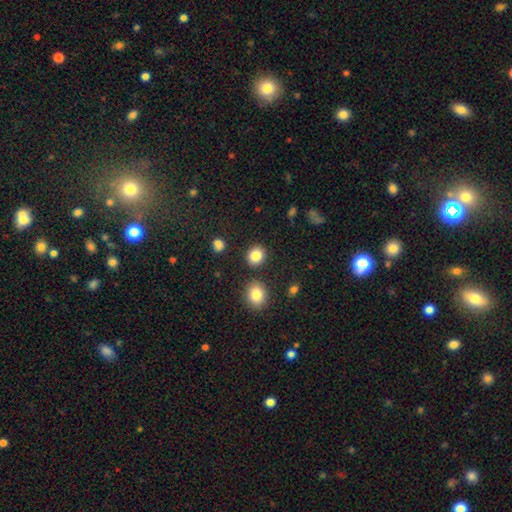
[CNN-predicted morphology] This is clearly a smooth galaxy (85%). How rounded: likely round (73%). Merging: clearly none (85%).